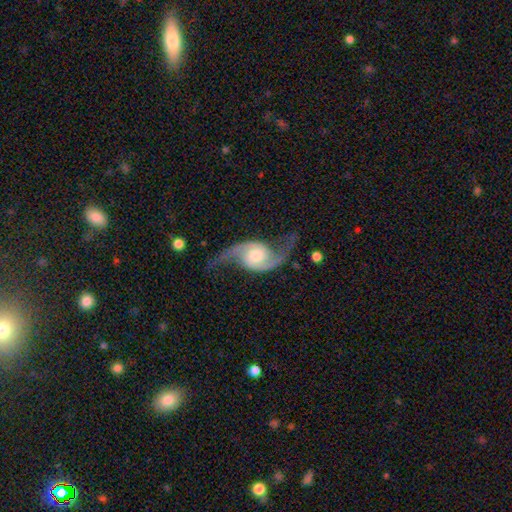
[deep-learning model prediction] The model was most divided on "bulge size": moderate: 53%, small: 22%, large: 18%, none: 4%, dominant: 3%. More confident: spiral arms — yes (98%); edge-on disk — no (97%); spiral arm count — 2 (95%); smooth or featured — featured or disk (92%); merging — none (74%); spiral winding — loose (71%); bar — no (62%).